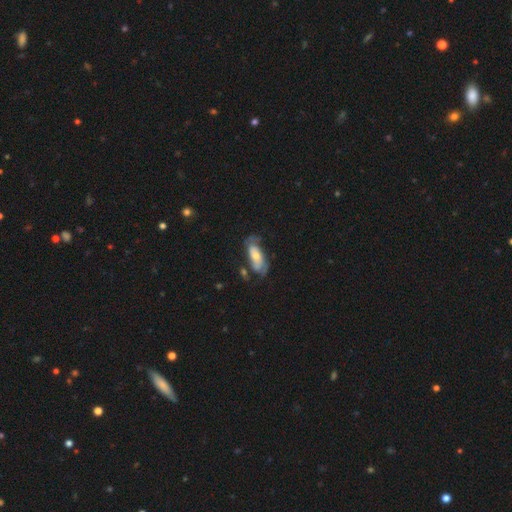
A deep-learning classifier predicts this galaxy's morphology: smooth_or_featured: featured or disk (p=0.50) [alt: smooth p=0.44]
disk_edge_on: no (p=0.87) [alt: yes p=0.13]
merging: none (p=0.48) [alt: minor disturbance p=0.25]